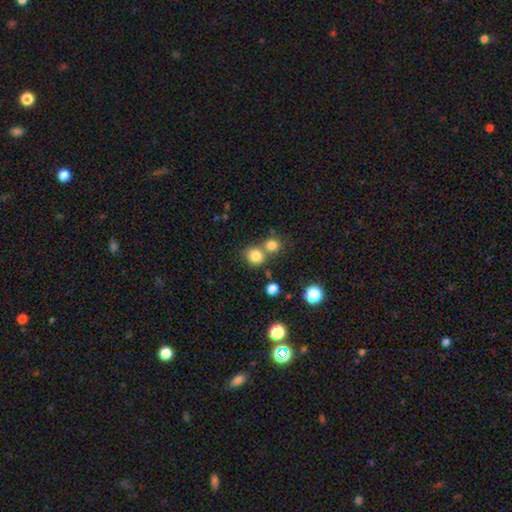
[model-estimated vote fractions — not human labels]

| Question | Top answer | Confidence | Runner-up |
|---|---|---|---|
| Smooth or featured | smooth | 81% | star or artifact (13%) |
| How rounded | round | 86% | in between (13%) |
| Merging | none | 58% | merger (32%) |